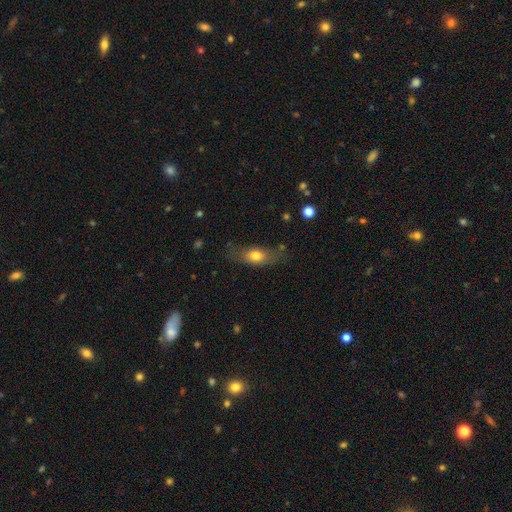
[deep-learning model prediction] This appears to be a smooth galaxy with no disk features (70%) that is in between round and cigar-shaped (75%). Merging: none (69%).